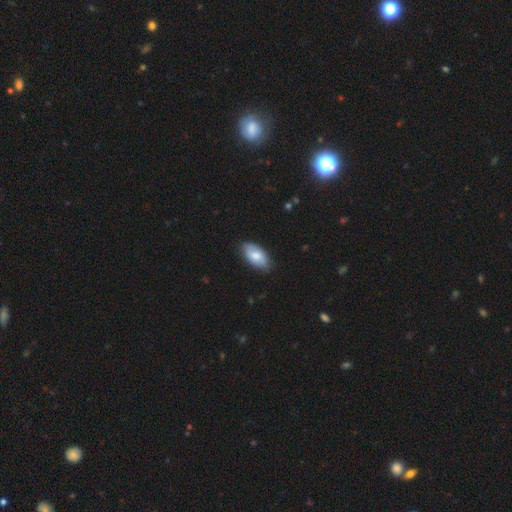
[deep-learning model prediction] smooth-or-featured: smooth: 76% | featured or disk: 19% | star or artifact: 5%
  how-rounded: in between: 95% | cigar-shaped: 3% | round: 3%
  merging: none: 84% | minor disturbance: 13% | major disturbance: 2% | merger: 1%